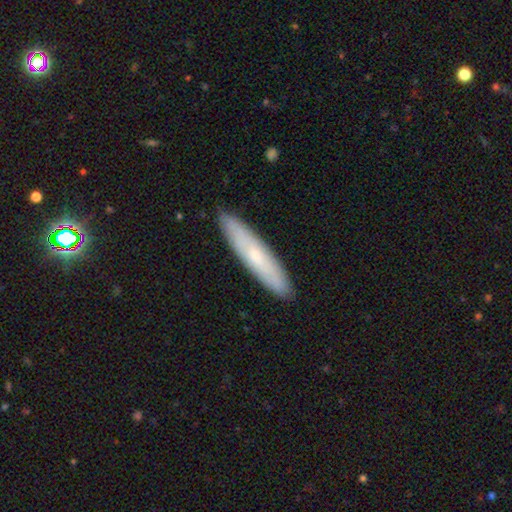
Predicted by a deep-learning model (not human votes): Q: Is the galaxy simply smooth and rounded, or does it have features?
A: smooth — 58%.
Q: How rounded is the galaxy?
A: cigar-shaped — 87%.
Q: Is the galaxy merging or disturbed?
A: none — 89%.